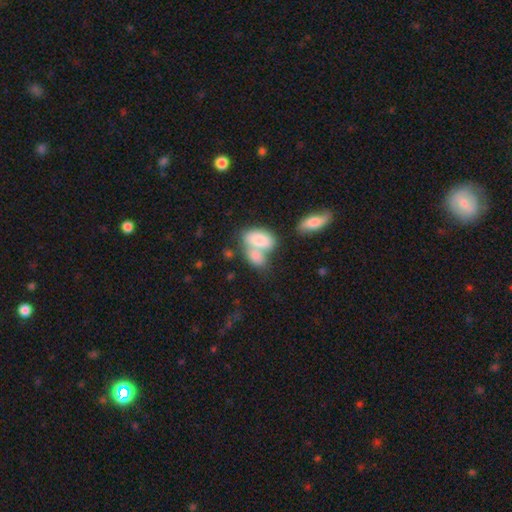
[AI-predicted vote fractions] Overall: smooth (80%). How rounded: in between (89%). Merging: merger (62%; none 25%).